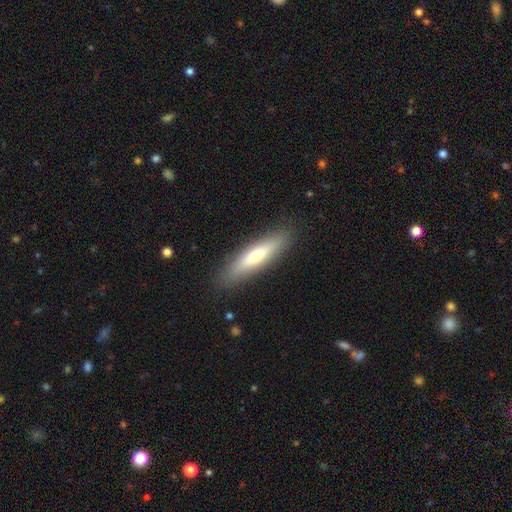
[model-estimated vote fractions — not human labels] This appears to be a smooth galaxy with no disk features (67%) that is cigar-shaped (77%). Merging: none (88%).